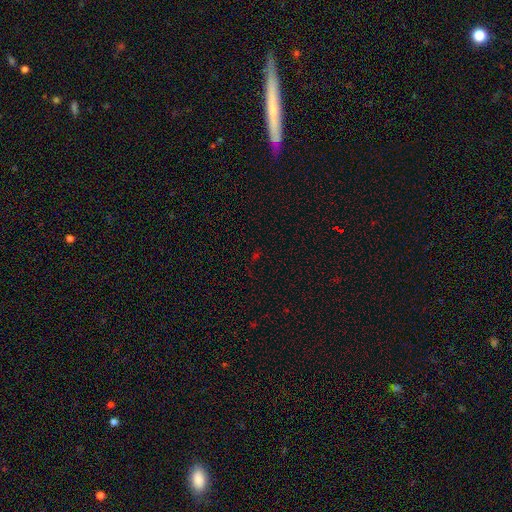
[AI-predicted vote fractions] This is likely a star or artifact rather than a galaxy (63%).